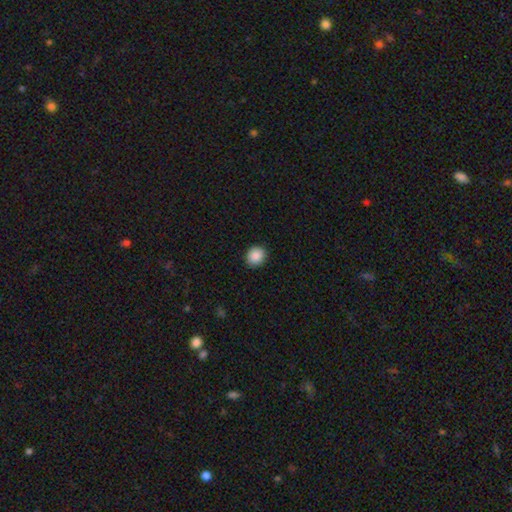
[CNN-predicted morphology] The model was most divided on "how rounded": round: 80%, in between: 19%, cigar-shaped: 1%. More confident: merging — none (91%); smooth or featured — smooth (89%).